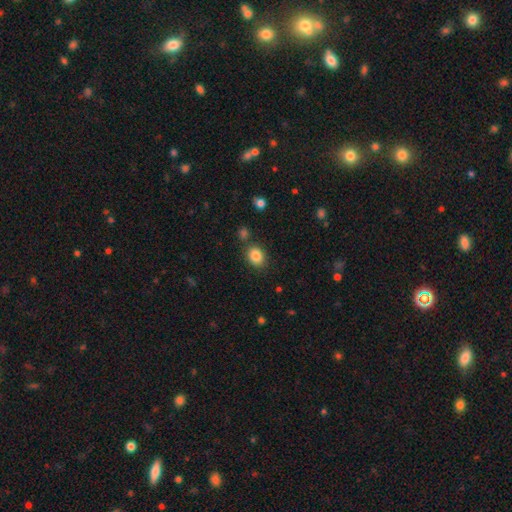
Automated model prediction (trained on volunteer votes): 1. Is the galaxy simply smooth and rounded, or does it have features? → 85% smooth, 10% star or artifact, 6% featured or disk.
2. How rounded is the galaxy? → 55% in between, 44% round, 1% cigar-shaped.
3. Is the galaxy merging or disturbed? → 80% none, 11% minor disturbance, 7% merger, 3% major disturbance.